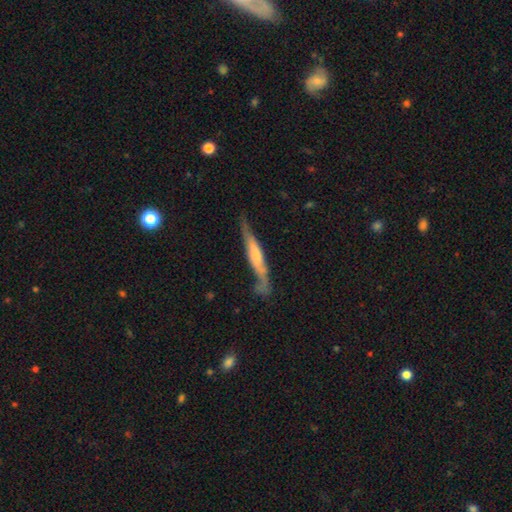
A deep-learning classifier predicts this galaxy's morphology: This appears to be a featured or disk galaxy (57%) viewed edge-on (80%). Merging: none (57%).